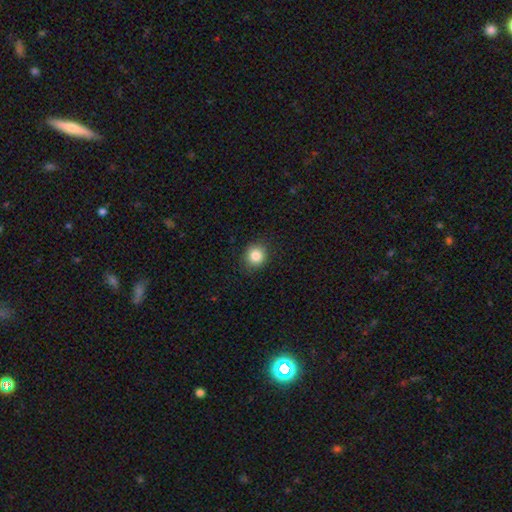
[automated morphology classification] Overall: smooth (85%). How rounded: round (87%). Merging: none (88%).